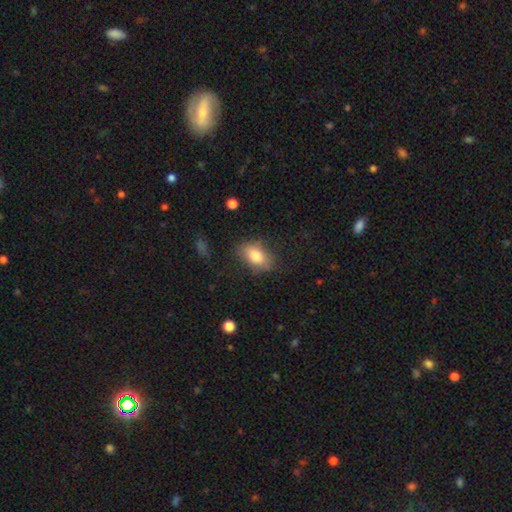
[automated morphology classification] Smooth or featured? Predicted: smooth (p=0.80). How rounded? Predicted: in between (p=0.86). Merging? Predicted: none (p=0.75).